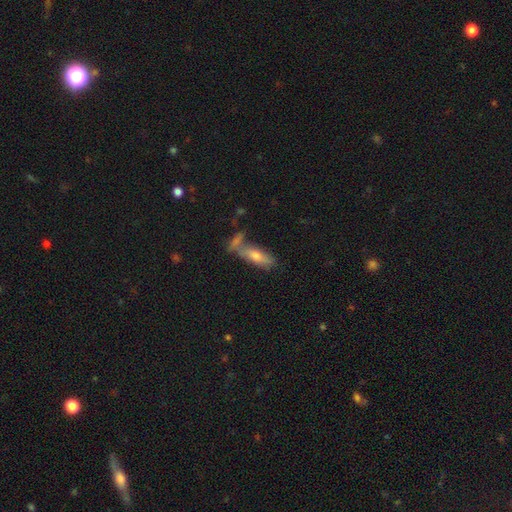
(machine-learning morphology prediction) smooth 60%, featured or disk 30%, star or artifact 9%. Down the decision tree: how rounded — cigar-shaped (51%); merging — none (53%).